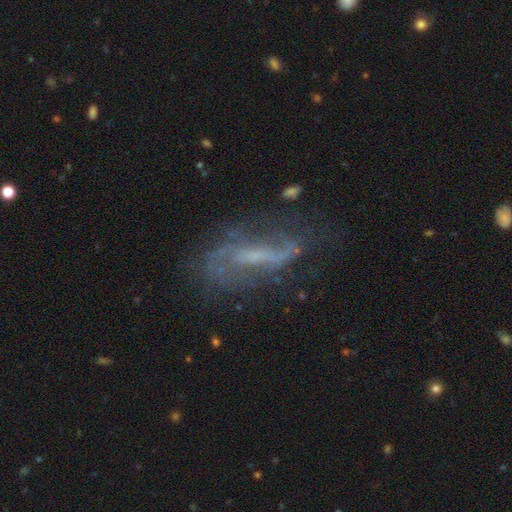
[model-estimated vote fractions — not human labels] A featured or disk galaxy (75%) with a weak bar (40%), spiral arms (77%) and a small central bulge (49%).

Vote fractions:
- Smooth or featured? featured or disk: 75% / smooth: 15% / star or artifact: 10%
- Edge-on disk? no: 84% / yes: 16%
- Bar? weak: 40% / strong: 35% / no: 24%
- Spiral arms? yes: 77% / no: 23%
- Bulge size? small: 49% / none: 28% / moderate: 20% / large: 2% / dominant: 1%
- Merging? none: 57% / minor disturbance: 22% / major disturbance: 17% / merger: 4%